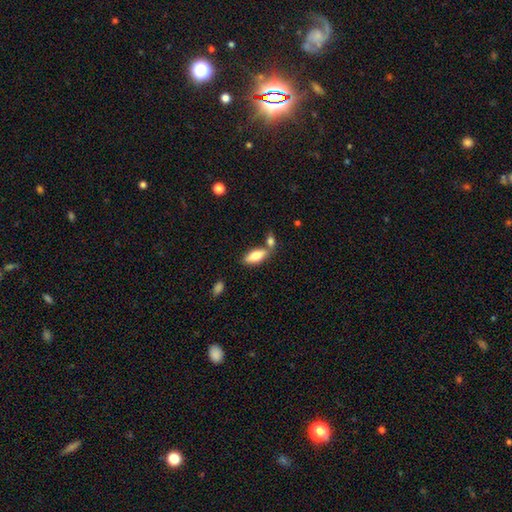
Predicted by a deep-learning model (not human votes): A smooth galaxy with no disk features (78%) that is in between round and cigar-shaped (80%). Merging: none (55%).